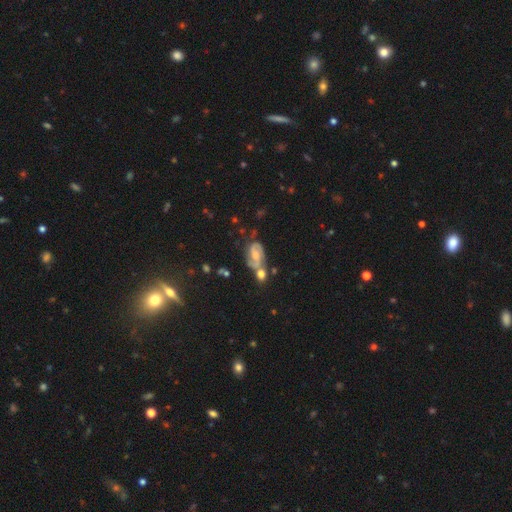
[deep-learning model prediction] Q: Smooth or featured?
A: featured or disk (76%); runner-up: smooth (15%)
Q: Edge-on disk?
A: no (97%); runner-up: yes (3%)
Q: Bar?
A: weak (46%); runner-up: no (42%)
Q: Spiral arms?
A: yes (94%); runner-up: no (6%)
Q: Spiral winding?
A: medium (53%); runner-up: tight (30%)
Q: Spiral arm count?
A: 2 (86%); runner-up: can't tell (6%)
Q: Bulge size?
A: moderate (44%); runner-up: small (43%)
Q: Merging?
A: none (45%); runner-up: merger (29%)